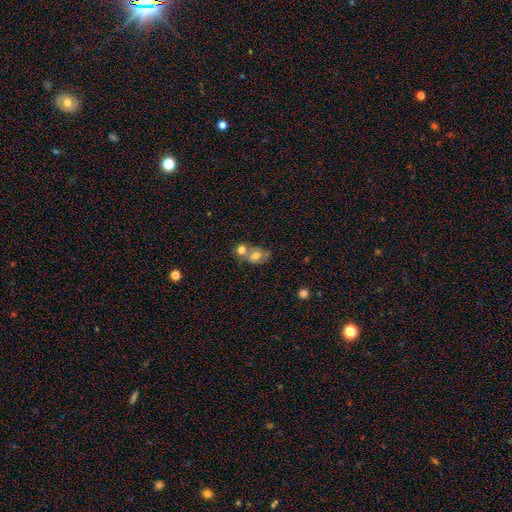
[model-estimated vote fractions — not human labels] A smooth galaxy with no disk features (59%) that is in between round and cigar-shaped (62%).

Vote fractions:
- Smooth or featured? smooth: 59% / featured or disk: 31% / star or artifact: 10%
- How rounded? in between: 62% / round: 37% / cigar-shaped: 2%
- Merging? merger: 59% / none: 26% / minor disturbance: 10% / major disturbance: 5%